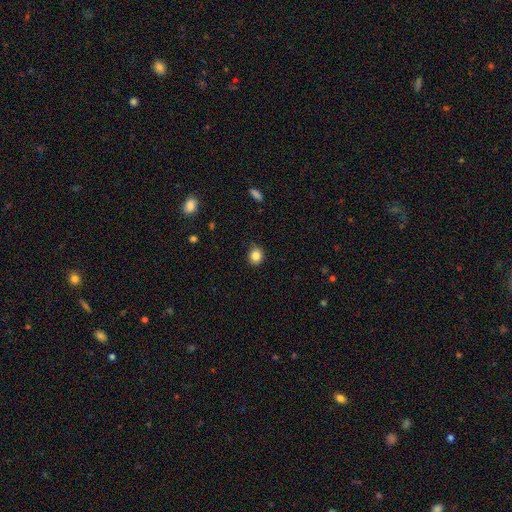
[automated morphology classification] smooth 84%, star or artifact 10%, featured or disk 5%. Down the decision tree: how rounded — round (78%); merging — none (83%).